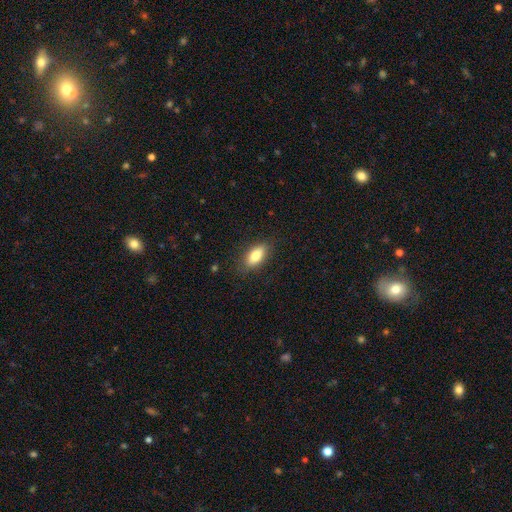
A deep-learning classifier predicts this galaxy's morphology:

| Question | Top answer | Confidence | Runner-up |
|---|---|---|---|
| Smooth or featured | smooth | 81% | featured or disk (12%) |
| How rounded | in between | 86% | cigar-shaped (11%) |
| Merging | none | 84% | minor disturbance (12%) |